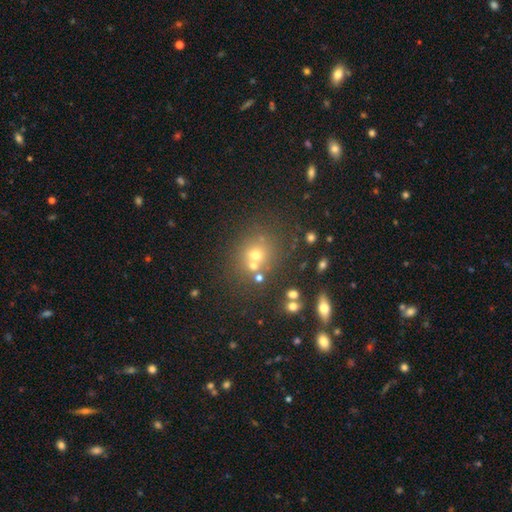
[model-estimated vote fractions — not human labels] The model was most divided on "smooth or featured": smooth: 56%, star or artifact: 28%, featured or disk: 16%. More confident: how rounded — round (79%); merging — none (60%).